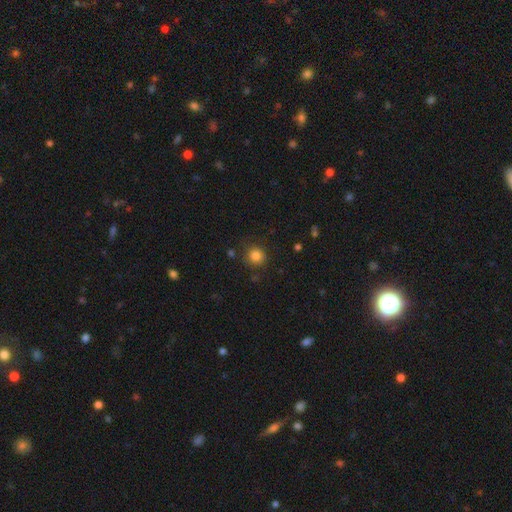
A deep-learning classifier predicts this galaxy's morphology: Smooth or featured? Predicted: smooth (p=0.83). How rounded? Predicted: round (p=0.91). Merging? Predicted: none (p=0.86).